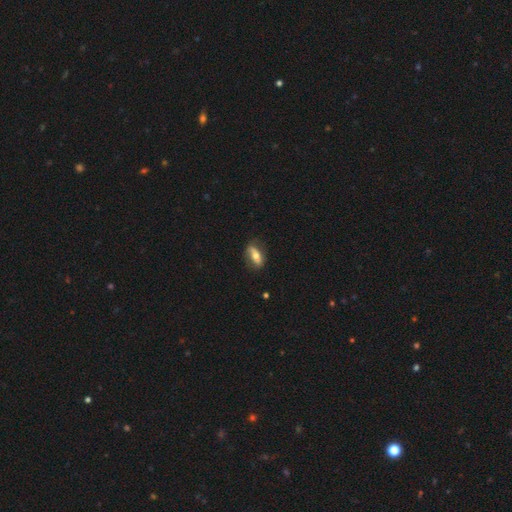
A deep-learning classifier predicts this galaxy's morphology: type=smooth (54%); roundness=in between (73%); merging=none (74%).